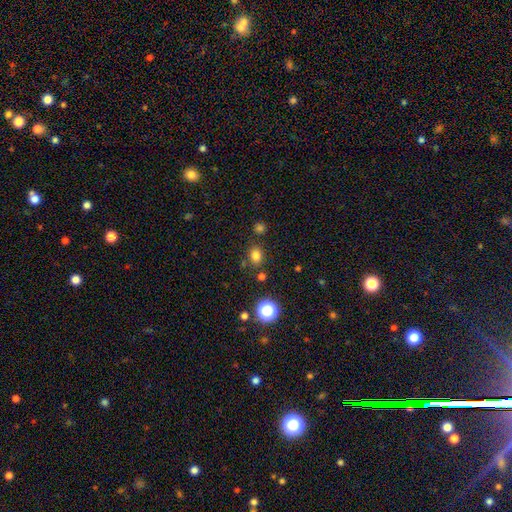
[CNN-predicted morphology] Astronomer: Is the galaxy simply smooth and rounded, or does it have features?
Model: smooth — 78%.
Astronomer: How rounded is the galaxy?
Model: in between — 51% (runner-up: round, 48%).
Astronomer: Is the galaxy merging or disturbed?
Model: none — 80%.